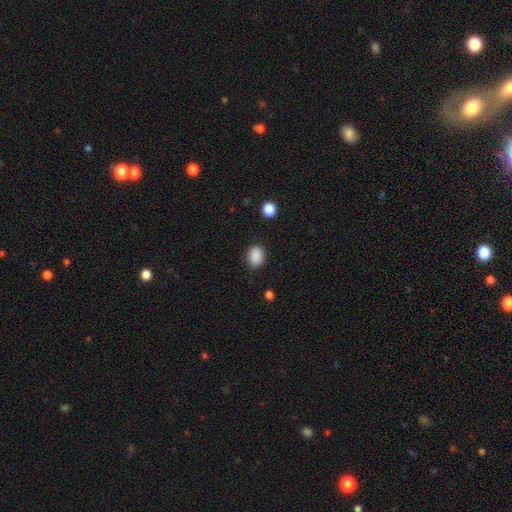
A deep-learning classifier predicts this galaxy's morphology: Smooth or featured?
  - smooth: 88% *
  - star or artifact: 9%
  - featured or disk: 3%
How rounded?
  - in between: 65% *
  - round: 34%
  - cigar-shaped: 1%
Merging?
  - none: 80% *
  - minor disturbance: 15%
  - major disturbance: 3%
  - merger: 1%